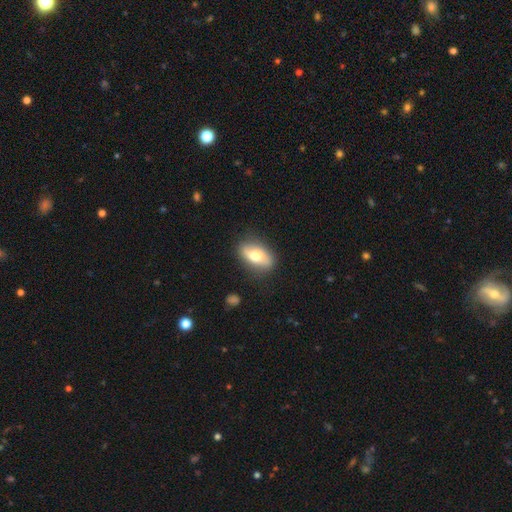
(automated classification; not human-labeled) This is likely a smooth galaxy (63%). How rounded: clearly in between (85%). Merging: clearly none (81%).